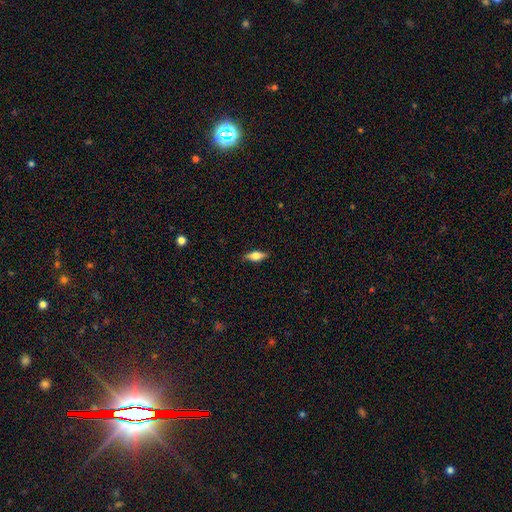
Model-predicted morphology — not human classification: Q: Smooth or featured?
A: smooth (56%); runner-up: featured or disk (37%)
Q: How rounded?
A: in between (63%); runner-up: cigar-shaped (33%)
Q: Merging?
A: none (87%); runner-up: minor disturbance (10%)